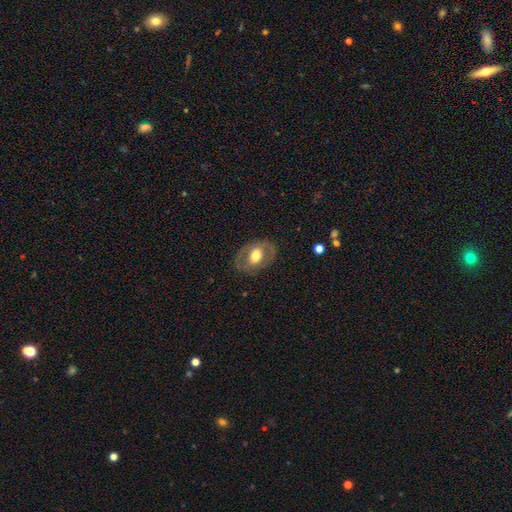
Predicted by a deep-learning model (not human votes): A featured or disk galaxy (47%). Merging: none (77%).